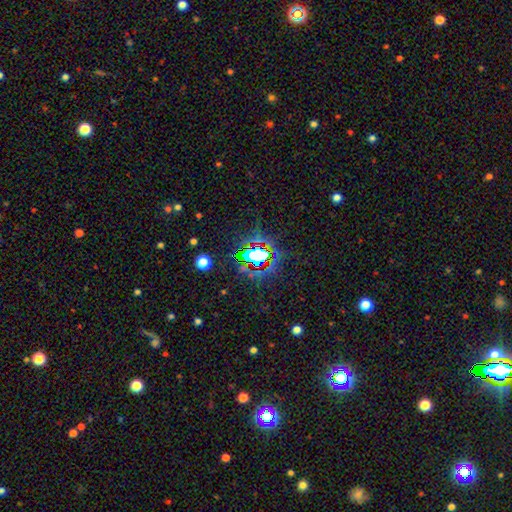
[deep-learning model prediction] Smooth or featured: star or artifact — 69% (smooth — 19%)